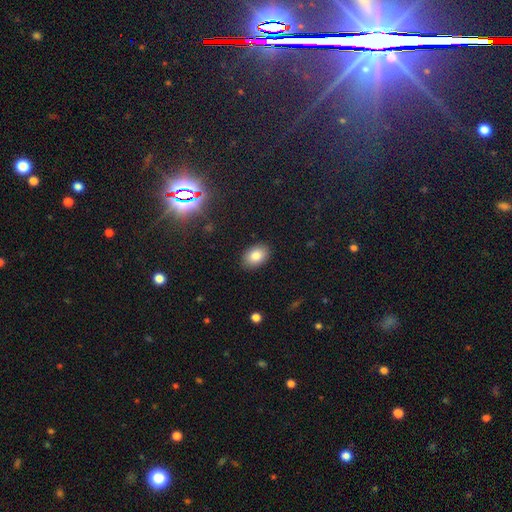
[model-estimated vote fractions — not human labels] Smooth or featured? smooth (84%)
How rounded? in between (84%)
Merging? none (88%)